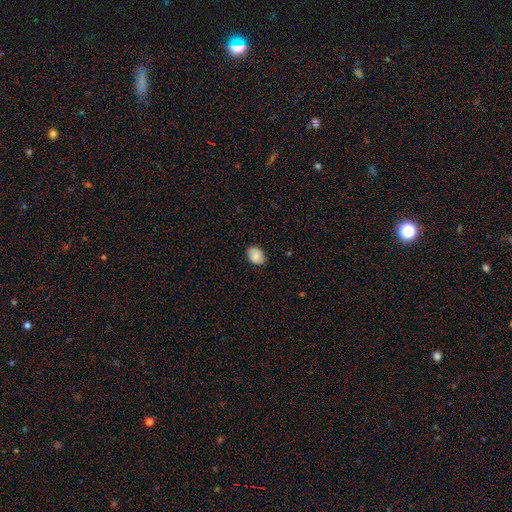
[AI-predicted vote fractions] smooth-or-featured: smooth: 82% | featured or disk: 10% | star or artifact: 8%
  how-rounded: in between: 64% | round: 35% | cigar-shaped: 1%
  merging: none: 82% | minor disturbance: 14% | major disturbance: 2% | merger: 1%